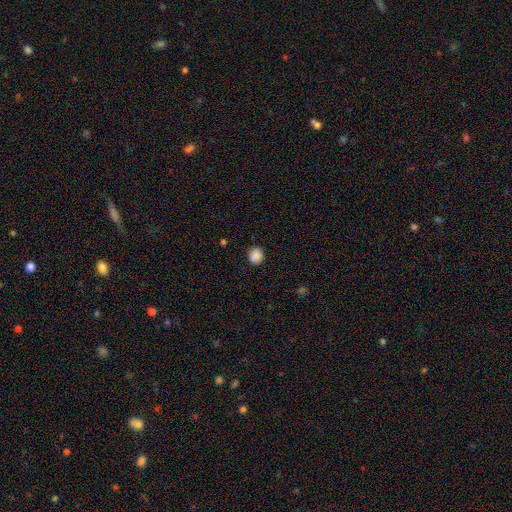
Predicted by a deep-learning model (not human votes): smooth-or-featured: smooth: 88% | star or artifact: 9% | featured or disk: 3%
  how-rounded: round: 66% | in between: 33% | cigar-shaped: 1%
  merging: none: 86% | minor disturbance: 10% | major disturbance: 2% | merger: 1%